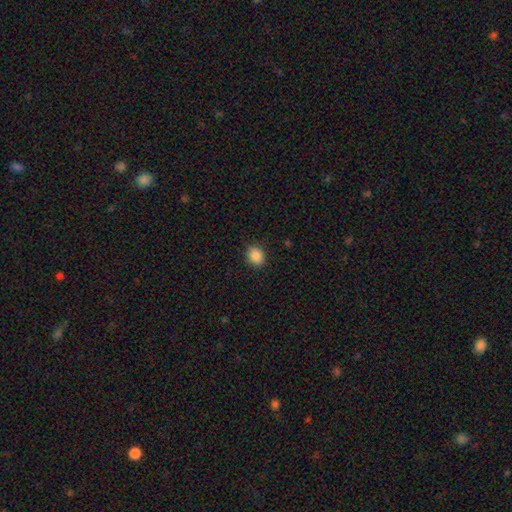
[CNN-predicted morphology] The model was most divided on "how rounded": round: 66%, in between: 34%, cigar-shaped: 1%. More confident: smooth or featured — smooth (88%); merging — none (87%).